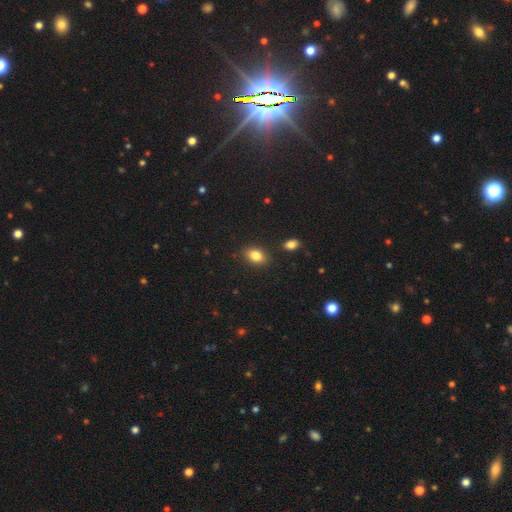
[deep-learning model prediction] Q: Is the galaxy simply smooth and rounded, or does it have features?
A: smooth — 84%.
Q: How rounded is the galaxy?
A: in between — 81%.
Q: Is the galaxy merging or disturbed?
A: none — 86%.